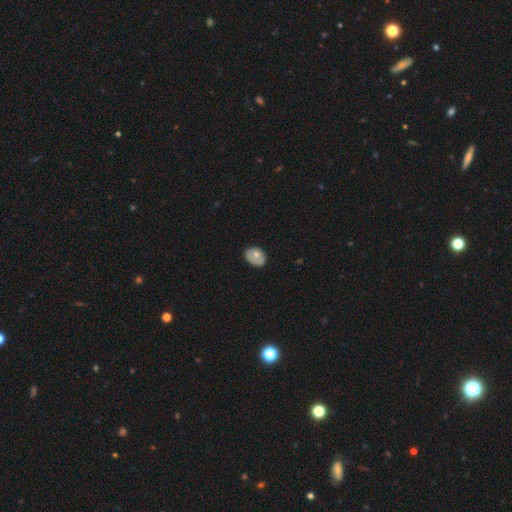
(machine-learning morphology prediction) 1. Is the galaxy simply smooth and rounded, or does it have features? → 62% smooth, 31% featured or disk, 7% star or artifact.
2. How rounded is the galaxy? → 69% in between, 30% round, 1% cigar-shaped.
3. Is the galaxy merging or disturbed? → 69% none, 23% minor disturbance, 6% major disturbance, 2% merger.